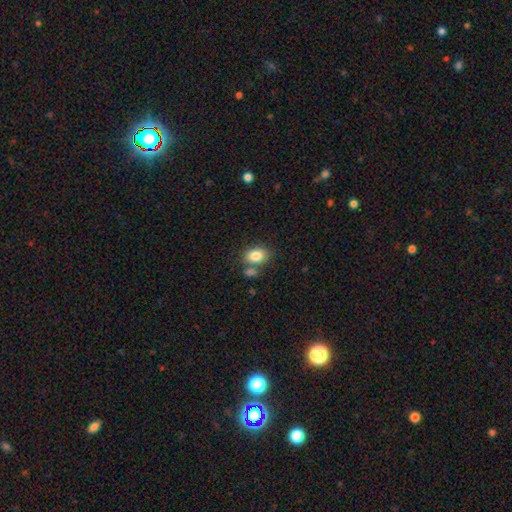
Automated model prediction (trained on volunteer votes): Morphology: type=smooth (84%); roundness=in between (71%); merging=none (61%).